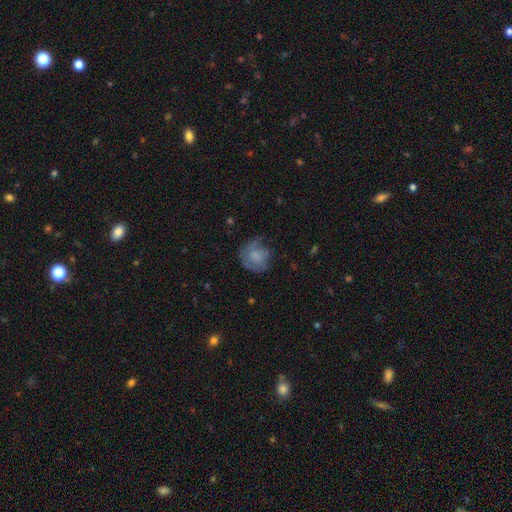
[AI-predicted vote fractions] Q: Smooth or featured?
A: smooth (59%); runner-up: featured or disk (33%)
Q: How rounded?
A: round (79%); runner-up: in between (20%)
Q: Merging?
A: none (55%); runner-up: minor disturbance (26%)